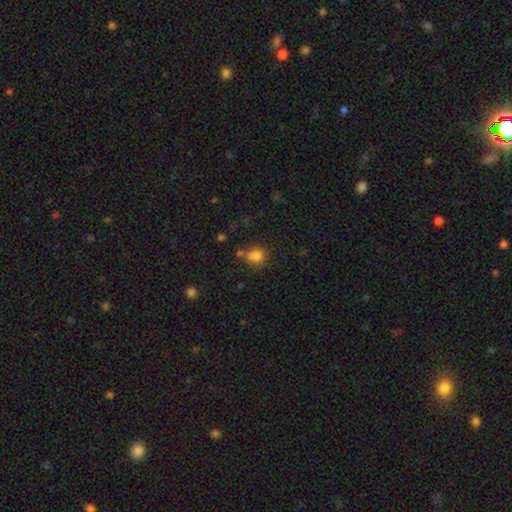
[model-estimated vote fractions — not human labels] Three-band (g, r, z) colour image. It shows a smooth galaxy with no disk features (79%) that is round (68%). Merging: none (55%).